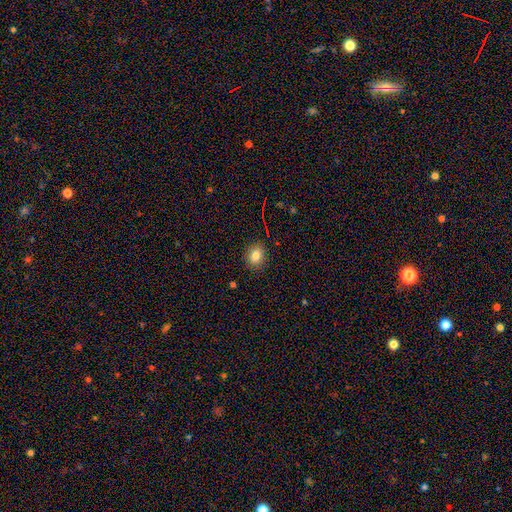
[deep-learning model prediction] Smooth or featured?
  - smooth: 81% *
  - star or artifact: 11%
  - featured or disk: 8%
How rounded?
  - in between: 50% *
  - round: 49%
  - cigar-shaped: 1%
Merging?
  - none: 88% *
  - minor disturbance: 8%
  - major disturbance: 2%
  - merger: 1%